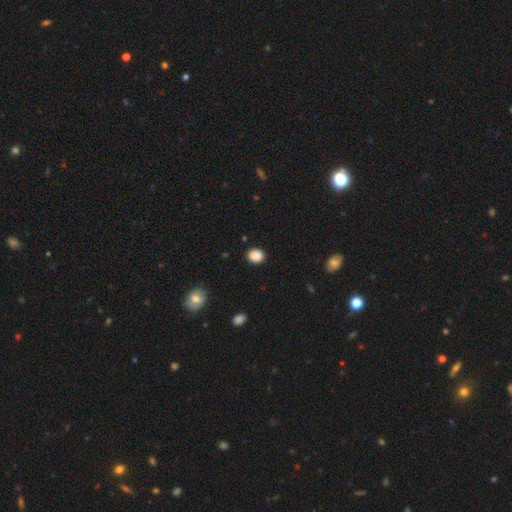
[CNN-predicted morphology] Q: Smooth or featured?
A: smooth (88%); runner-up: star or artifact (9%)
Q: How rounded?
A: round (60%); runner-up: in between (39%)
Q: Merging?
A: none (88%); runner-up: minor disturbance (8%)